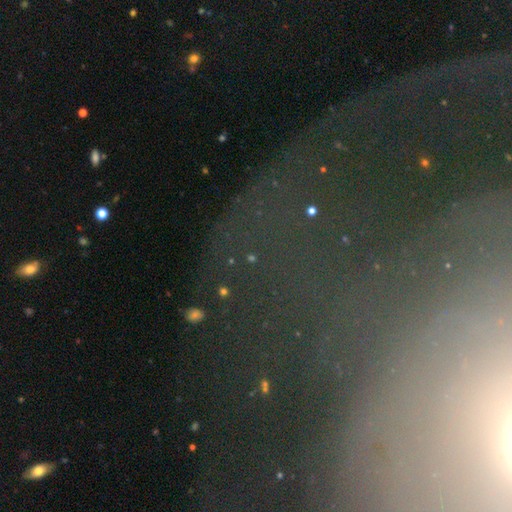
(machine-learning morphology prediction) smooth_or_featured: star or artifact (p=0.50) [alt: featured or disk p=0.33]